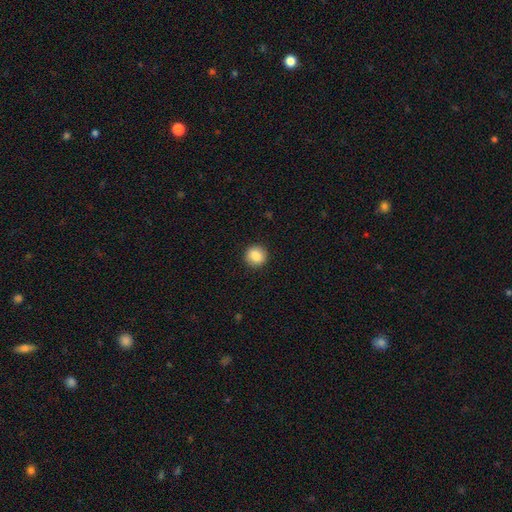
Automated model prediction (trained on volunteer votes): Morphology: type=smooth (88%); roundness=round (92%); merging=none (91%).